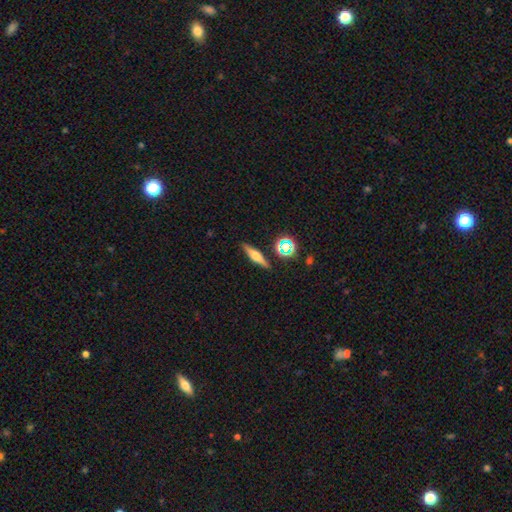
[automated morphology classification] This is possibly a featured or disk galaxy (51%). It is clearly viewed edge-on (93%). Merging: clearly none (87%).